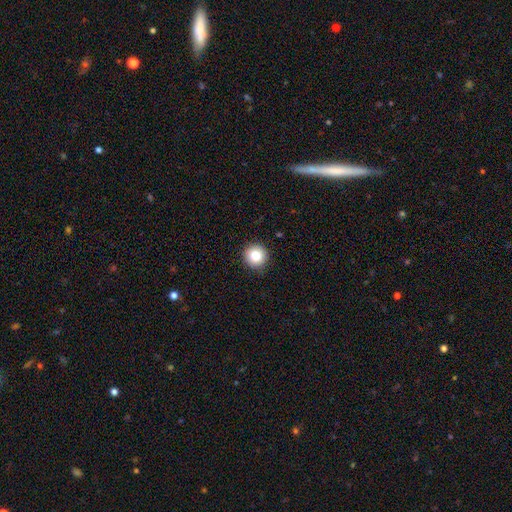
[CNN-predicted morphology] smooth_or_featured: smooth (p=0.85) [alt: star or artifact p=0.10]
how_rounded: round (p=0.95) [alt: in between p=0.04]
merging: none (p=0.91) [alt: minor disturbance p=0.07]